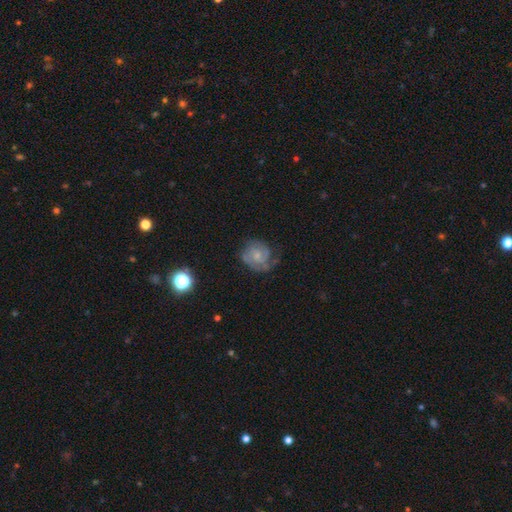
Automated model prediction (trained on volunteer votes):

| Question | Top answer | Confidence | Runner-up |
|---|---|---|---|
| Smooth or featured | featured or disk | 62% | smooth (30%) |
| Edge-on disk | no | 98% | yes (2%) |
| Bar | no | 73% | weak (24%) |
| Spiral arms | yes | 80% | no (20%) |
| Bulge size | small | 51% | moderate (33%) |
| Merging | none | 54% | minor disturbance (27%) |